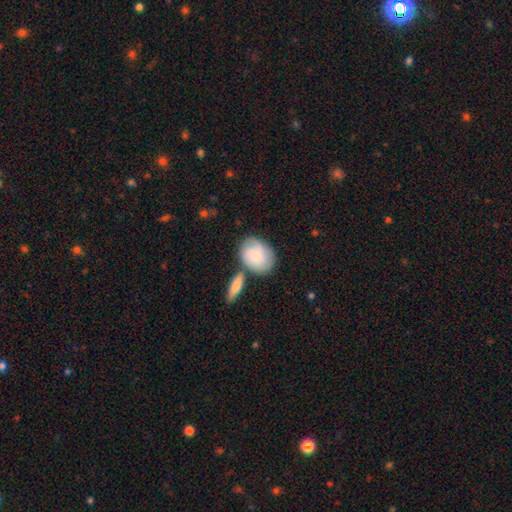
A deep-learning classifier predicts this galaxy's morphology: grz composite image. It shows a smooth galaxy with no disk features (62%) that is in between round and cigar-shaped (60%). Merging: none (59%).